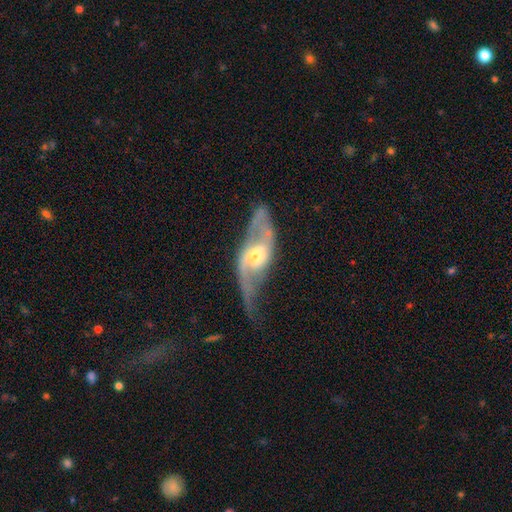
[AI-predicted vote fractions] smooth-or-featured: featured or disk: 85% | smooth: 9% | star or artifact: 6%
  disk-edge-on: no: 86% | yes: 14%
    bar: no: 57% | weak: 30% | strong: 13%
    has-spiral-arms: yes: 89% | no: 11%
      spiral-winding: loose: 63% | medium: 27% | tight: 10%
      spiral-arm-count: 2: 88% | can't tell: 5% | 1: 3% | 3: 2% | 4: 1% | more than 4: 1%
    bulge-size: moderate: 67% | large: 16% | small: 14% | dominant: 2% | none: 2%
  merging: none: 50% | major disturbance: 23% | minor disturbance: 23% | merger: 4%